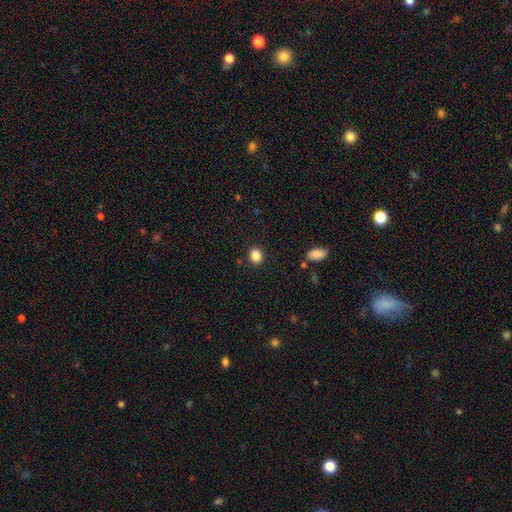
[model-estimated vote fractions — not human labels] Smooth or featured? smooth (87%)
How rounded? round (50%)
Merging? none (88%)